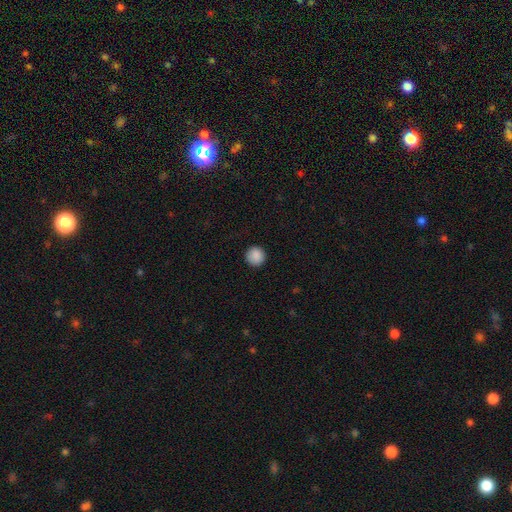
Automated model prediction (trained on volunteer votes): This appears to be a smooth galaxy with no disk features (89%) that is round (95%). Merging: none (92%).